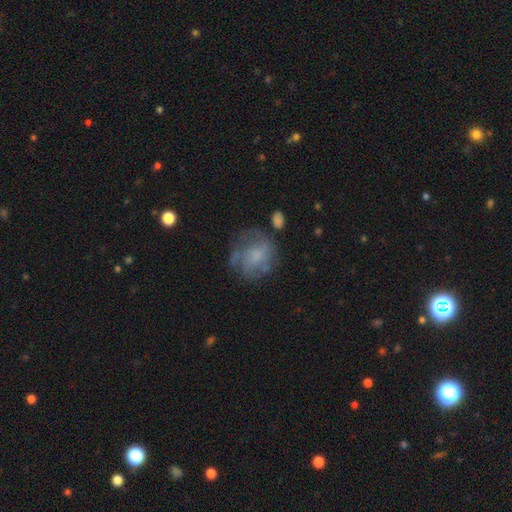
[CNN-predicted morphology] type=featured or disk (46%); merging=none (56%).